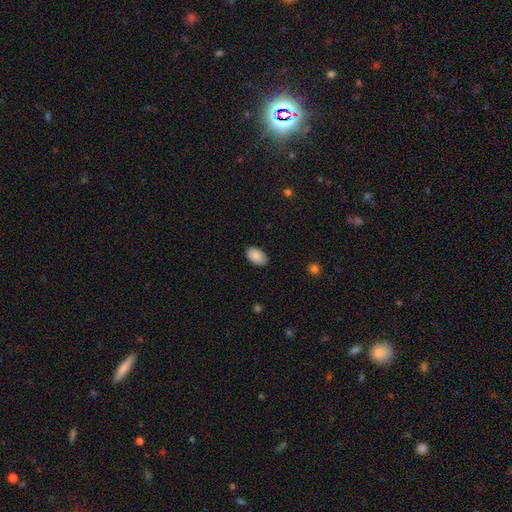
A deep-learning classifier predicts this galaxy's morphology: Smooth or featured: smooth — 90% (star or artifact — 7%)
How rounded: in between — 92% (round — 6%)
Merging: none — 85% (minor disturbance — 11%)